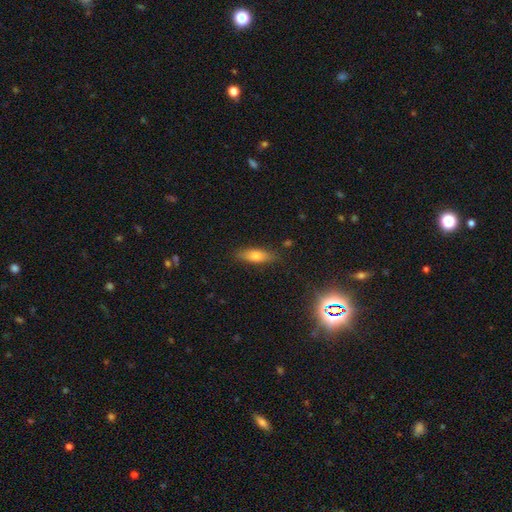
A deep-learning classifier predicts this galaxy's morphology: A smooth galaxy with no disk features (66%) that is in between round and cigar-shaped (54%). Merging: none (84%).